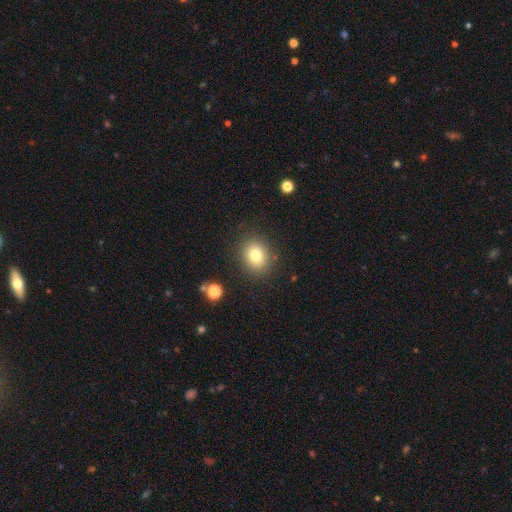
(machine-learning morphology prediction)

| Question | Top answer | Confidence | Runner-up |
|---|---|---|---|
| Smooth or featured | smooth | 78% | star or artifact (12%) |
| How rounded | round | 64% | in between (35%) |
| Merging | none | 86% | minor disturbance (9%) |